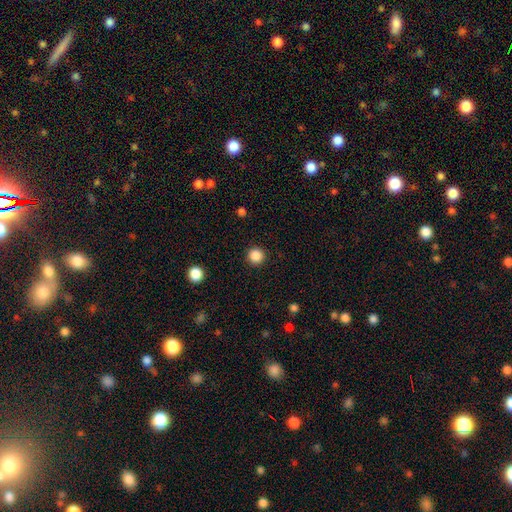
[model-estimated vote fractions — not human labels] The model was most divided on "smooth or featured": smooth: 86%, star or artifact: 11%, featured or disk: 3%. More confident: how rounded — round (96%); merging — none (92%).